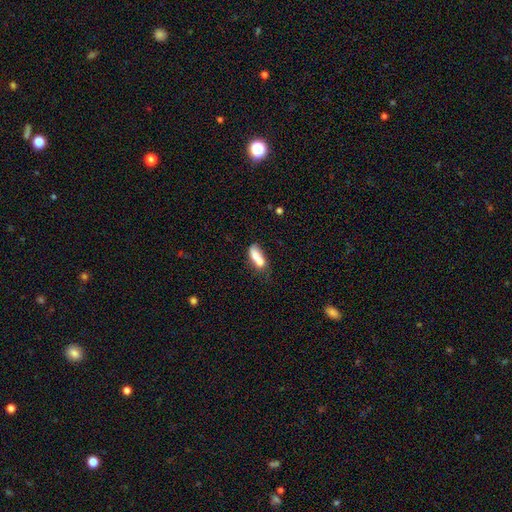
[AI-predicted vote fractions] A smooth galaxy with no disk features (72%) that is in between round and cigar-shaped (71%).

Vote fractions:
- Smooth or featured? smooth: 72% / featured or disk: 20% / star or artifact: 9%
- How rounded? in between: 71% / cigar-shaped: 24% / round: 6%
- Merging? merger: 50% / none: 26% / minor disturbance: 15% / major disturbance: 9%